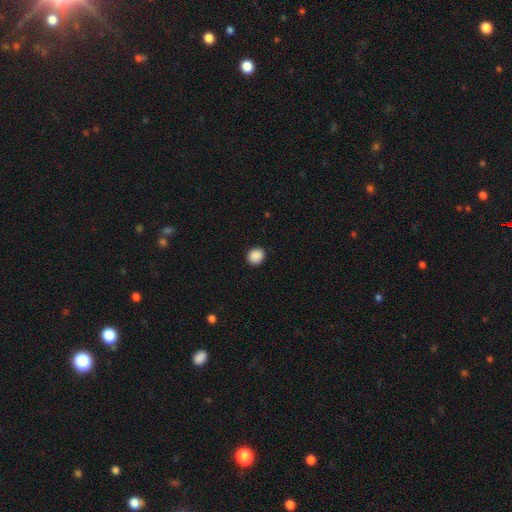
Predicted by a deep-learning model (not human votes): smooth 89%, star or artifact 8%, featured or disk 2%. Down the decision tree: how rounded — round (78%); merging — none (90%).